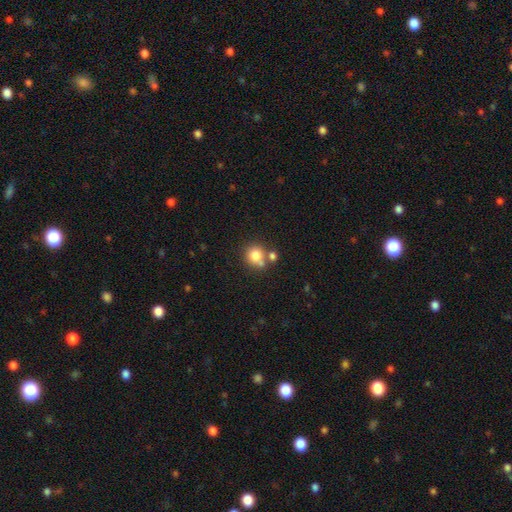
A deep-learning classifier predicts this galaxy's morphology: This is likely a smooth galaxy (80%). How rounded: clearly round (88%). Merging: possibly none (59%).